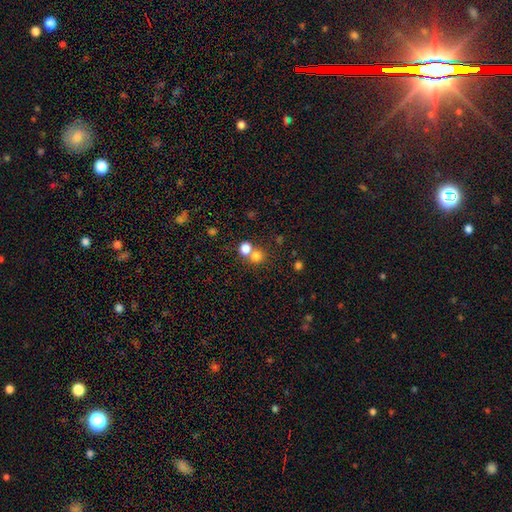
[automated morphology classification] smooth_or_featured: smooth (p=0.77) [alt: star or artifact p=0.14]
how_rounded: round (p=0.85) [alt: in between p=0.15]
merging: none (p=0.48) [alt: merger p=0.43]